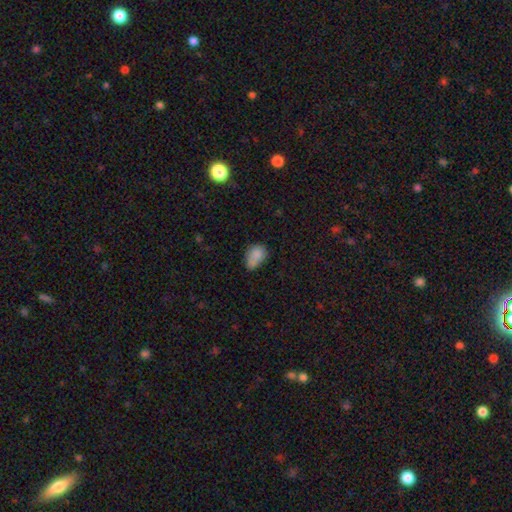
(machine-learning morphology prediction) smooth 80%, featured or disk 10%, star or artifact 10%. Down the decision tree: how rounded — in between (73%); merging — none (39%).